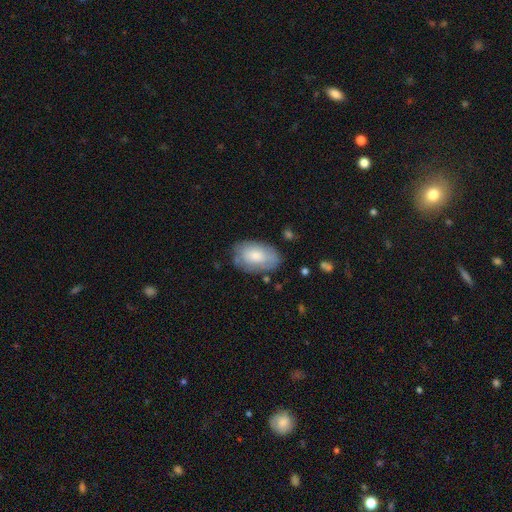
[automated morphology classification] Overall: smooth (73%). How rounded: in between (92%). Merging: none (71%).